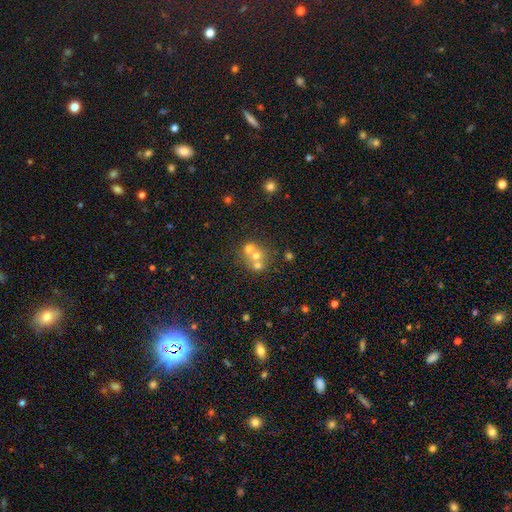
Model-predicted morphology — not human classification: smooth 54%, featured or disk 27%, star or artifact 19%. Down the decision tree: how rounded — round (80%); merging — merger (51%).